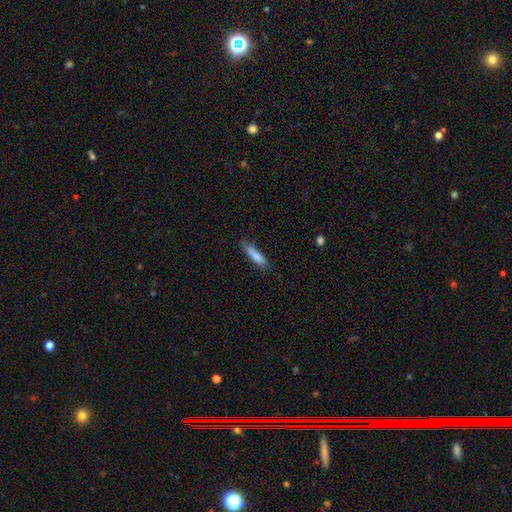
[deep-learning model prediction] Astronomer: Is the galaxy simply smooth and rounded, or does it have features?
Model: smooth — 82%.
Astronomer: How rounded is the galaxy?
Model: cigar-shaped — 83%.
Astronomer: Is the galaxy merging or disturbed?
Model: none — 75%.